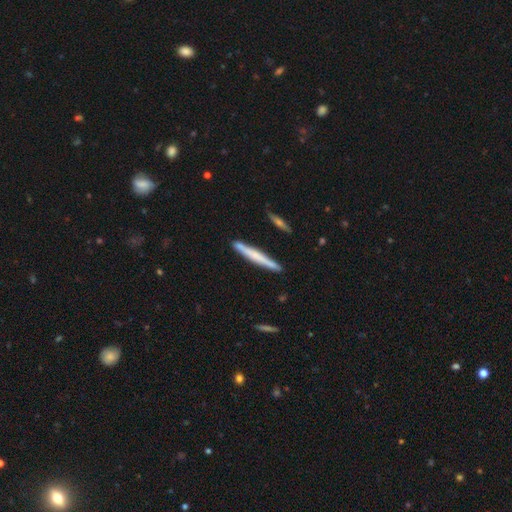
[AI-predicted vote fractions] smooth-or-featured: smooth: 52% | featured or disk: 42% | star or artifact: 6%
  how-rounded: cigar-shaped: 96% | in between: 2% | round: 1%
  merging: none: 88% | minor disturbance: 8% | merger: 2% | major disturbance: 2%